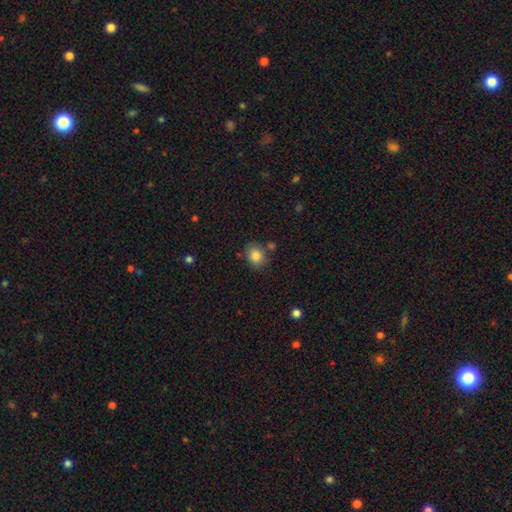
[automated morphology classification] type=smooth (85%); roundness=round (63%); merging=none (73%).